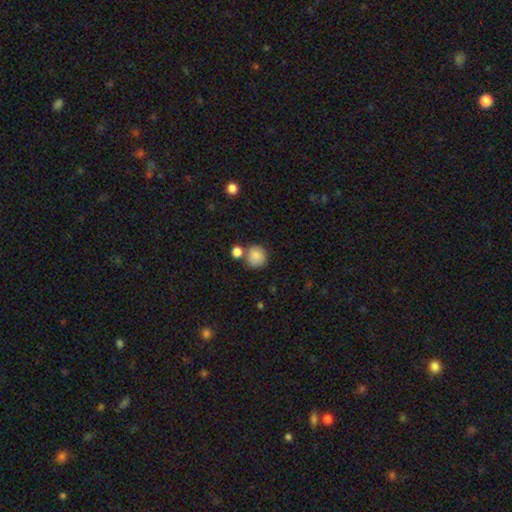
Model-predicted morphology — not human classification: smooth_or_featured: smooth (p=0.85) [alt: star or artifact p=0.08]
how_rounded: round (p=0.90) [alt: in between p=0.09]
merging: none (p=0.64) [alt: merger p=0.21]